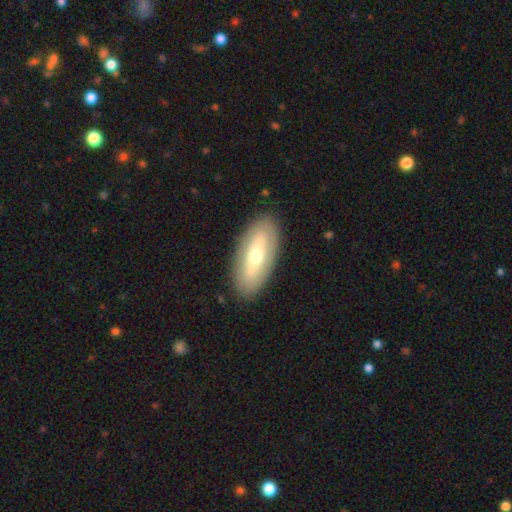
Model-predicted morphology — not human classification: A smooth galaxy with no disk features (49%). Merging: none (87%).